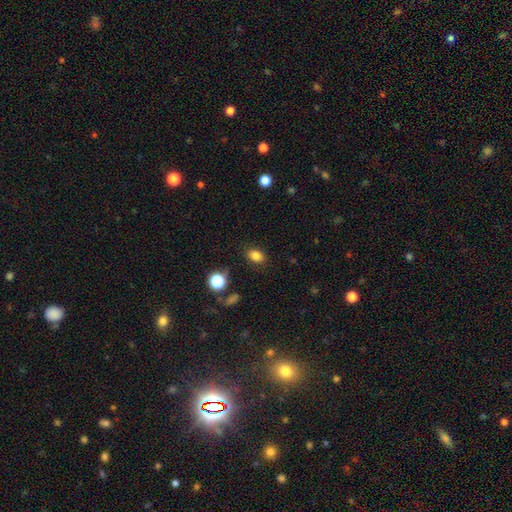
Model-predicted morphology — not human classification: Smooth or featured?
  - smooth: 82% *
  - star or artifact: 12%
  - featured or disk: 6%
How rounded?
  - in between: 75% *
  - round: 24%
  - cigar-shaped: 1%
Merging?
  - none: 85% *
  - minor disturbance: 11%
  - major disturbance: 3%
  - merger: 2%